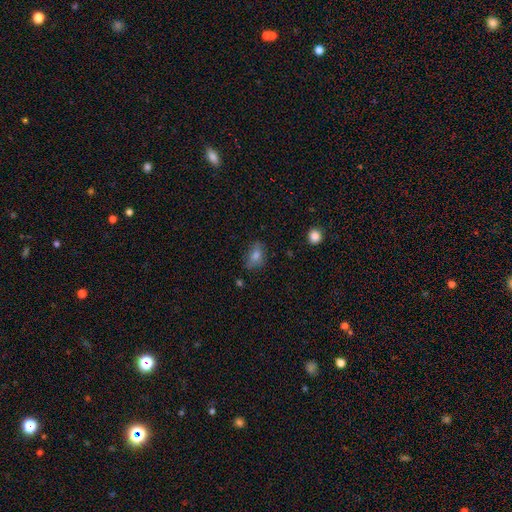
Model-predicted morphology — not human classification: This is likely a smooth galaxy (68%). How rounded: likely in between (76%). Merging: likely none (72%).